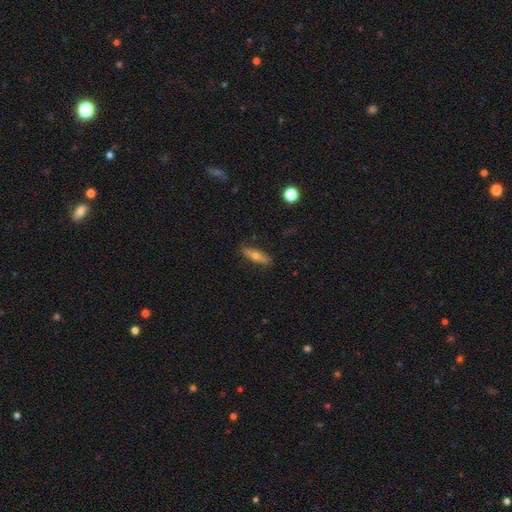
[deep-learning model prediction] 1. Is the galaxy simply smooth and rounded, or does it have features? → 49% smooth, 43% featured or disk, 7% star or artifact.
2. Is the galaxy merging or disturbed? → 86% none, 11% minor disturbance, 2% major disturbance, 1% merger.